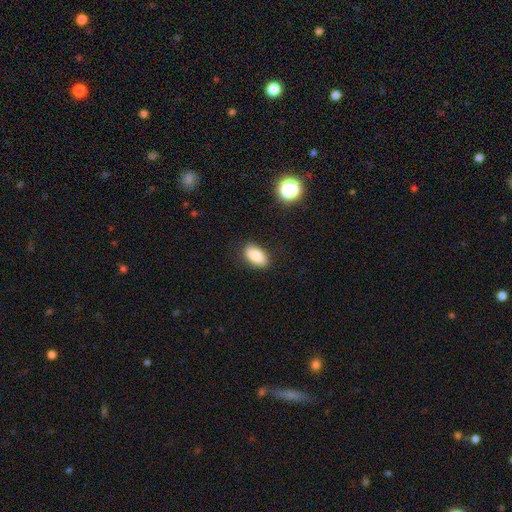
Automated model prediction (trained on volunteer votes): This appears to be a smooth galaxy with no disk features (86%) that is in between round and cigar-shaped (92%). Merging: none (85%).